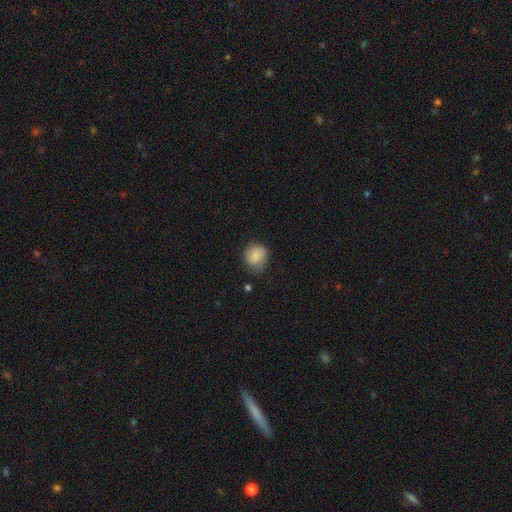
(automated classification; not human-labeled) Morphology: type=smooth (85%); roundness=round (78%); merging=none (72%).